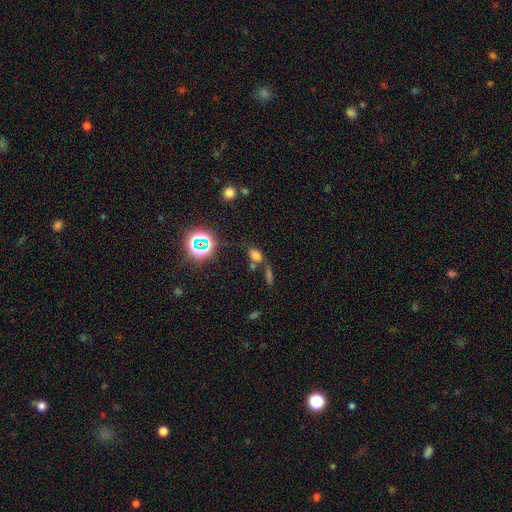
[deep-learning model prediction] Smooth or featured?
  - smooth: 62% *
  - star or artifact: 28%
  - featured or disk: 10%
How rounded?
  - in between: 83% *
  - round: 12%
  - cigar-shaped: 5%
Merging?
  - none: 51% *
  - merger: 29%
  - minor disturbance: 13%
  - major disturbance: 7%